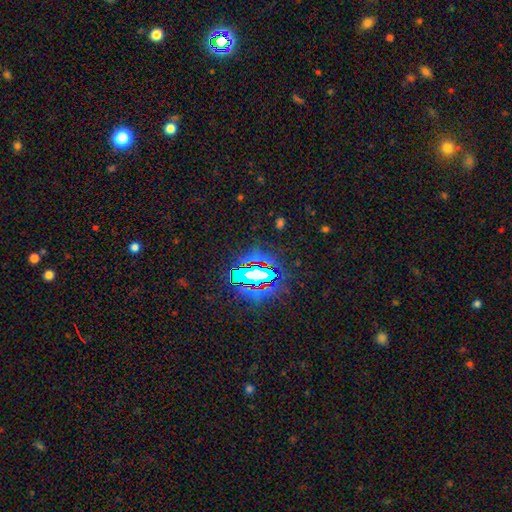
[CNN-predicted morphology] smooth-or-featured: star or artifact: 82% | smooth: 10% | featured or disk: 7%